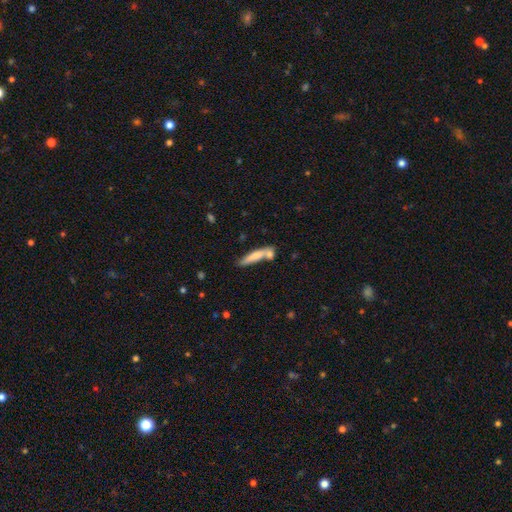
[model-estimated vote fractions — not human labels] A smooth galaxy with no disk features (72%) that is cigar-shaped (83%). Merging: none (53%).